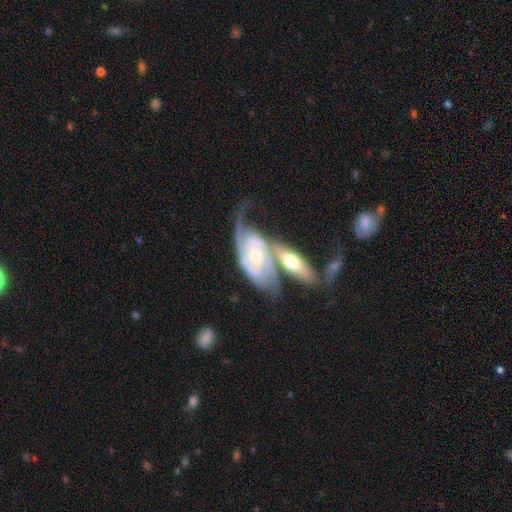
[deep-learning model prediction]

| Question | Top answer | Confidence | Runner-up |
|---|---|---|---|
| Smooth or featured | featured or disk | 91% | smooth (5%) |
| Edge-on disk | no | 95% | yes (5%) |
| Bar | no | 56% | weak (31%) |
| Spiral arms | yes | 98% | no (2%) |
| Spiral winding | tight | 60% | medium (32%) |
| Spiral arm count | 2 | 76% | 3 (8%) |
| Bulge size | moderate | 55% | small (37%) |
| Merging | merger | 43% | none (31%) |